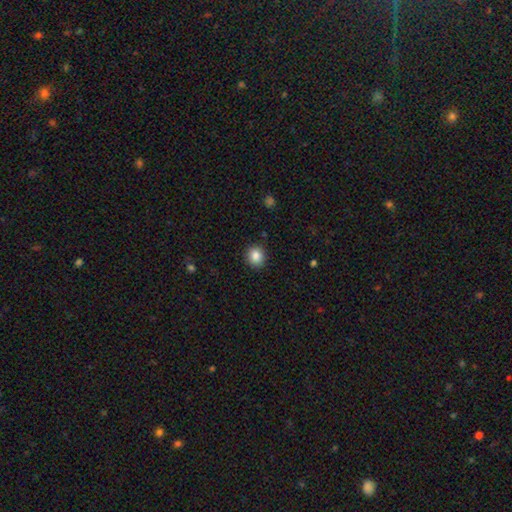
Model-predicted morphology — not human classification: Q: Smooth or featured?
A: smooth (85%); runner-up: star or artifact (9%)
Q: How rounded?
A: round (83%); runner-up: in between (16%)
Q: Merging?
A: none (90%); runner-up: minor disturbance (7%)